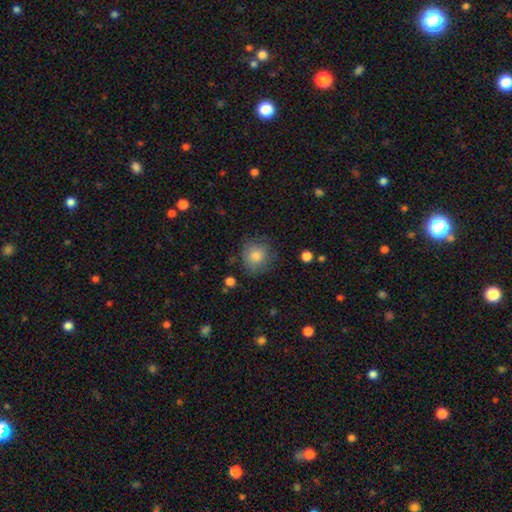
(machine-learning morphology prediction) A smooth galaxy with no disk features (81%) that is round (89%).

Vote fractions:
- Smooth or featured? smooth: 81% / star or artifact: 10% / featured or disk: 9%
- How rounded? round: 89% / in between: 10% / cigar-shaped: 1%
- Merging? none: 77% / minor disturbance: 16% / major disturbance: 5% / merger: 2%